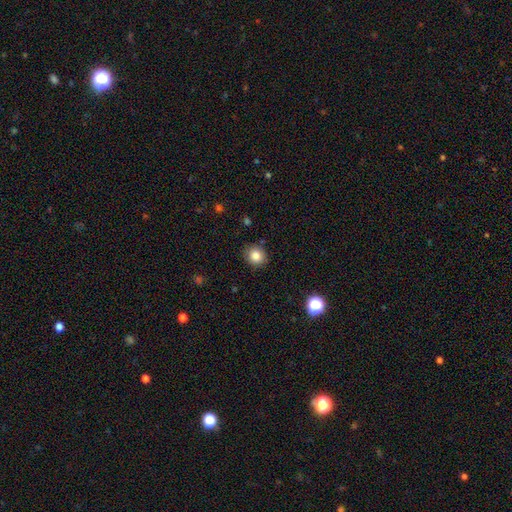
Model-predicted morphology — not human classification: A smooth galaxy with no disk features (84%) that is round (76%).

Vote fractions:
- Smooth or featured? smooth: 84% / star or artifact: 10% / featured or disk: 6%
- How rounded? round: 76% / in between: 23% / cigar-shaped: 1%
- Merging? none: 87% / minor disturbance: 9% / major disturbance: 2% / merger: 2%